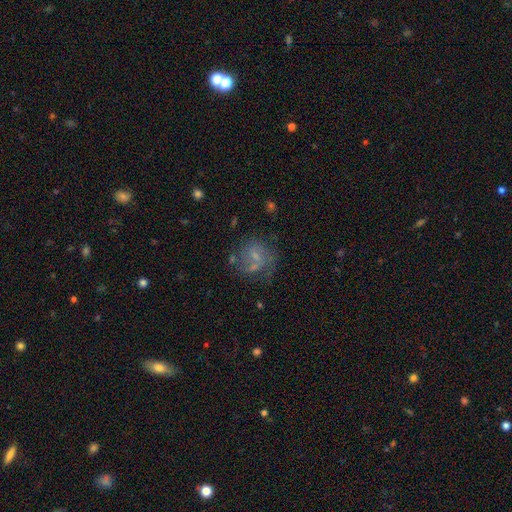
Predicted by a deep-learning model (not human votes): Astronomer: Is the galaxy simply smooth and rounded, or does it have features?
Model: featured or disk — 53% (runner-up: smooth, 33%).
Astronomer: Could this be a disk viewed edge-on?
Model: no — 98%.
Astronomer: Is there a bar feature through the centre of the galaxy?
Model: no — 51% (runner-up: weak, 41%).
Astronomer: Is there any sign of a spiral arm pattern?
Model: yes — 62% (runner-up: no, 38%).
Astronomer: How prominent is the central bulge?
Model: small — 52%.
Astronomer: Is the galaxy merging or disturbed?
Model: none — 50%.